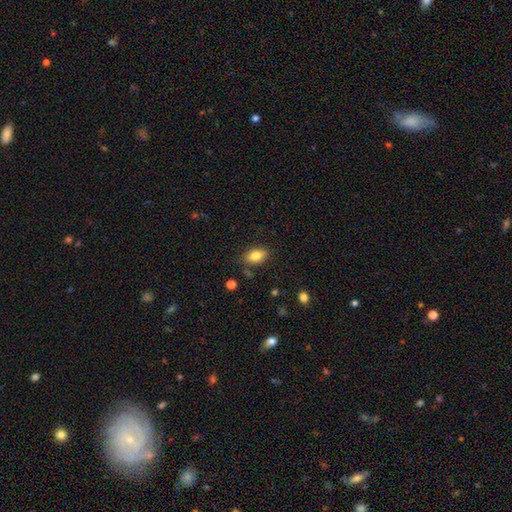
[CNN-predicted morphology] Smooth or featured? Predicted: smooth (p=0.81). How rounded? Predicted: in between (p=0.88). Merging? Predicted: none (p=0.81).